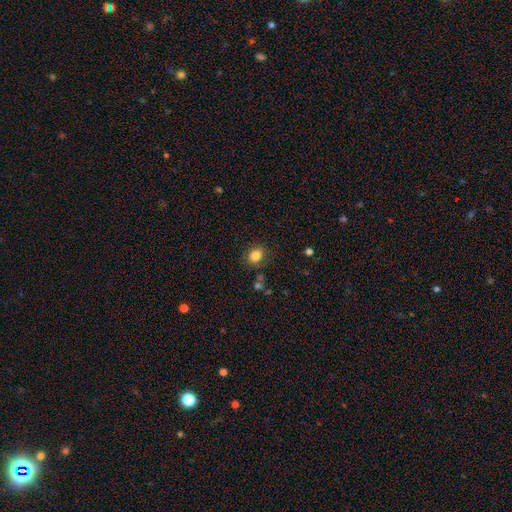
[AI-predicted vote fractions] A smooth galaxy with no disk features (83%) that is round (58%). Merging: none (81%).